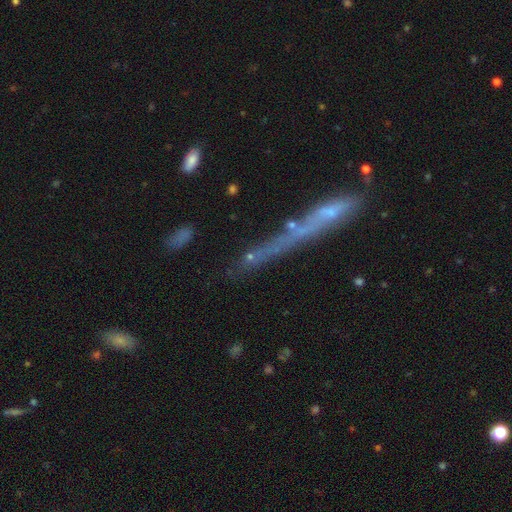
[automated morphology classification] Smooth or featured?
  - smooth: 38% *
  - featured or disk: 33%
  - star or artifact: 29%
Merging?
  - none: 63% *
  - minor disturbance: 15%
  - merger: 12%
  - major disturbance: 11%